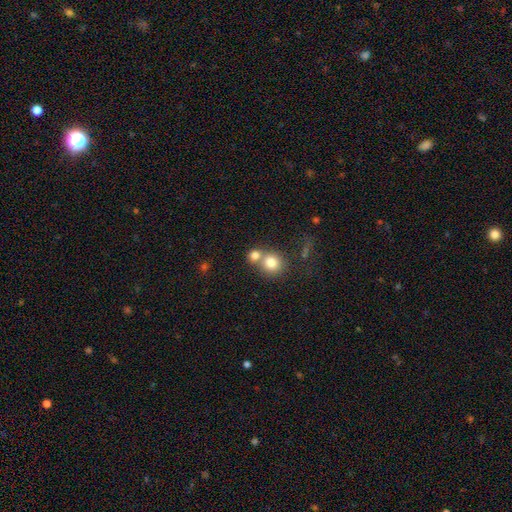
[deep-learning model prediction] This is likely a smooth galaxy (79%). How rounded: clearly round (82%). Merging: possibly merger (47%).